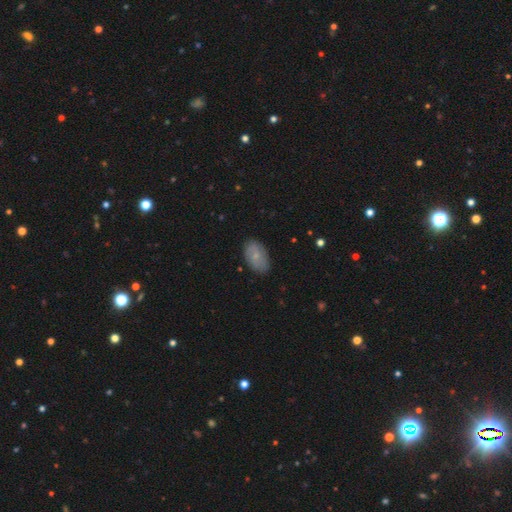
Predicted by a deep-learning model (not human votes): Overall: smooth (69%). How rounded: in between (92%). Merging: none (82%).